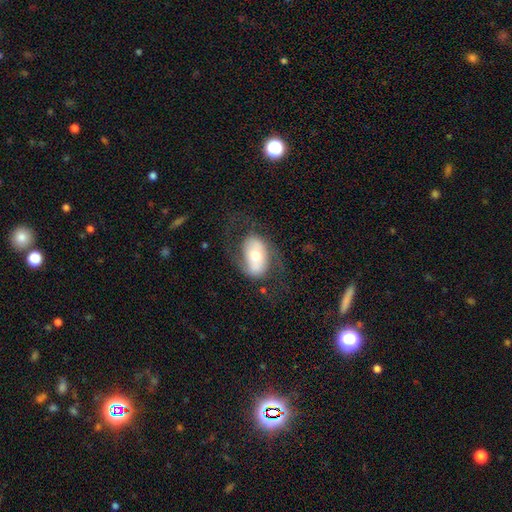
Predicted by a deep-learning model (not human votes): featured or disk 56%, smooth 37%, star or artifact 6%. Down the decision tree: edge-on disk — no (93%); bar — no (52%); spiral arms — yes (66%); bulge size — moderate (66%); merging — none (63%).